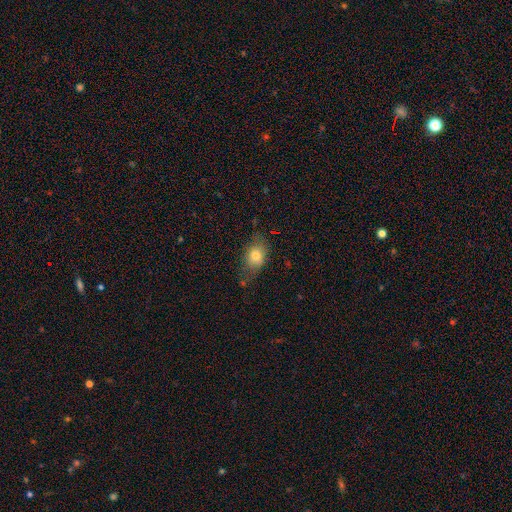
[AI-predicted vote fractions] Q: Smooth or featured?
A: smooth (76%); runner-up: featured or disk (15%)
Q: How rounded?
A: in between (74%); runner-up: round (23%)
Q: Merging?
A: none (62%); runner-up: minor disturbance (26%)